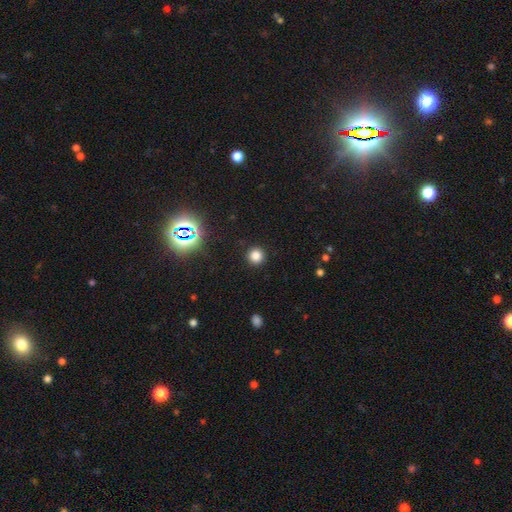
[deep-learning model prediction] A smooth galaxy with no disk features (79%) that is round (94%).

Vote fractions:
- Smooth or featured? smooth: 79% / star or artifact: 16% / featured or disk: 5%
- How rounded? round: 94% / in between: 5% / cigar-shaped: 1%
- Merging? none: 92% / minor disturbance: 5% / major disturbance: 2% / merger: 1%